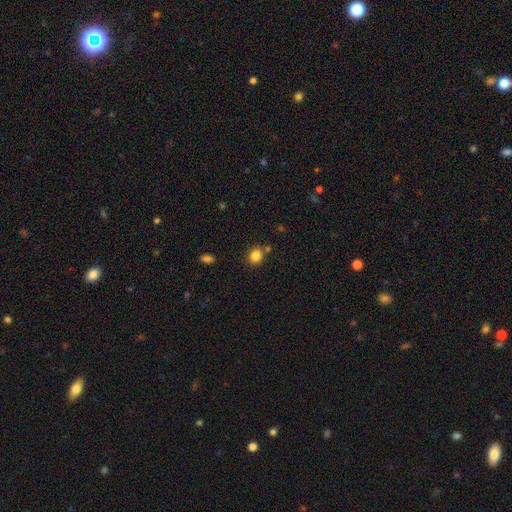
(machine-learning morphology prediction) Smooth or featured?
  - smooth: 84% *
  - star or artifact: 11%
  - featured or disk: 5%
How rounded?
  - round: 77% *
  - in between: 22%
  - cigar-shaped: 1%
Merging?
  - none: 79% *
  - minor disturbance: 9%
  - merger: 9%
  - major disturbance: 3%